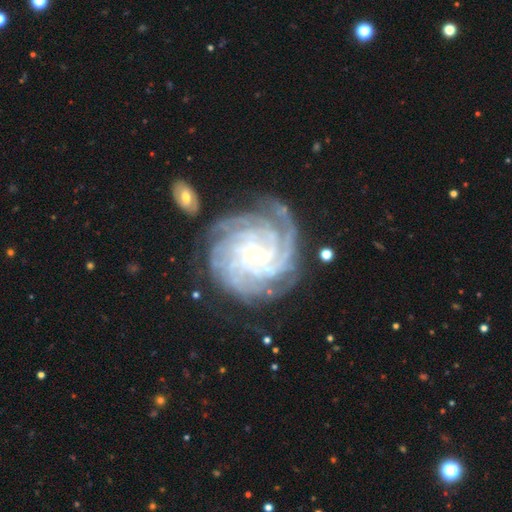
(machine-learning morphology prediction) Smooth or featured?
  - featured or disk: 91% *
  - star or artifact: 5%
  - smooth: 4%
Edge-on disk?
  - no: 98% *
  - yes: 2%
Bar?
  - no: 53% *
  - weak: 35%
  - strong: 12%
Spiral arms?
  - yes: 98% *
  - no: 2%
Spiral winding?
  - tight: 78% *
  - medium: 19%
  - loose: 3%
Spiral arm count?
  - 4: 30% *
  - more than 4: 27%
  - can't tell: 18%
  - 3: 12%
  - 2: 7%
  - 1: 7%
Bulge size?
  - small: 74% *
  - moderate: 22%
  - large: 1%
  - none: 1%
  - dominant: 1%
Merging?
  - none: 73% *
  - minor disturbance: 16%
  - major disturbance: 7%
  - merger: 3%